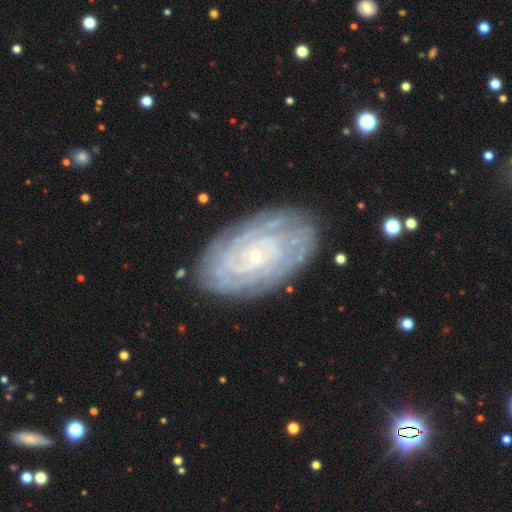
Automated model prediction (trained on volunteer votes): This appears to be a featured or disk galaxy (87%) with no bar (78%), tight (85%) spiral arms (97%) and a small central bulge (89%). Merging: none (82%).